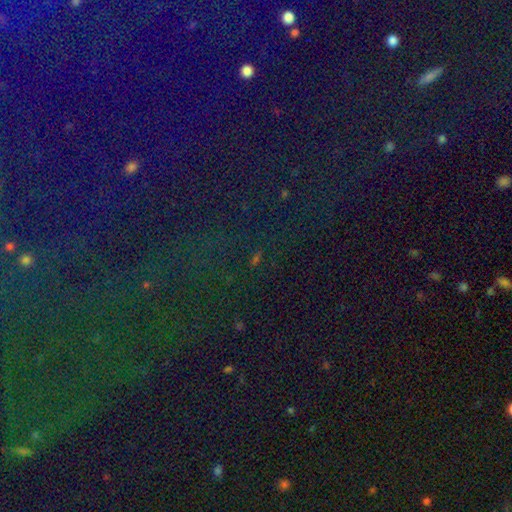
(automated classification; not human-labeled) This is clearly a star or artifact rather than a galaxy (82%).